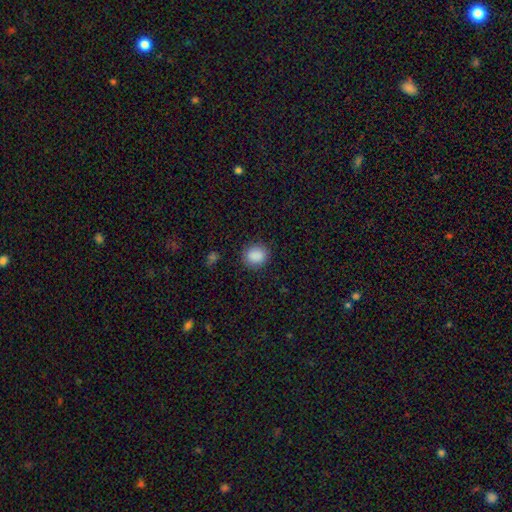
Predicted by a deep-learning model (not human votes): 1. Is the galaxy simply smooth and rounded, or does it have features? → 88% smooth, 9% star or artifact, 3% featured or disk.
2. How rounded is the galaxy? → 73% round, 26% in between, 1% cigar-shaped.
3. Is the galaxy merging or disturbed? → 87% none, 8% minor disturbance, 3% major disturbance, 1% merger.